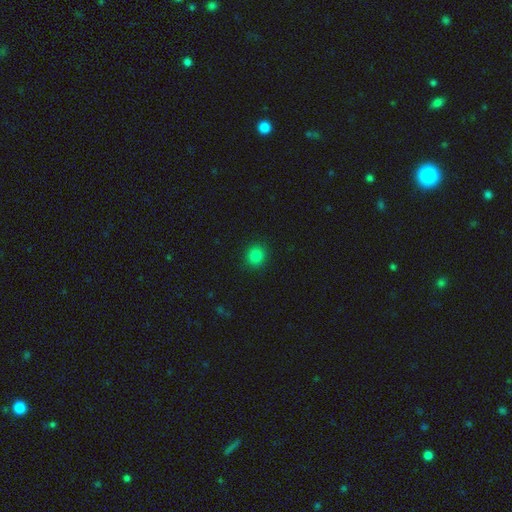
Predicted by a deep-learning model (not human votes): Q: Smooth or featured?
A: smooth (83%); runner-up: star or artifact (13%)
Q: How rounded?
A: round (87%); runner-up: in between (12%)
Q: Merging?
A: none (91%); runner-up: minor disturbance (6%)